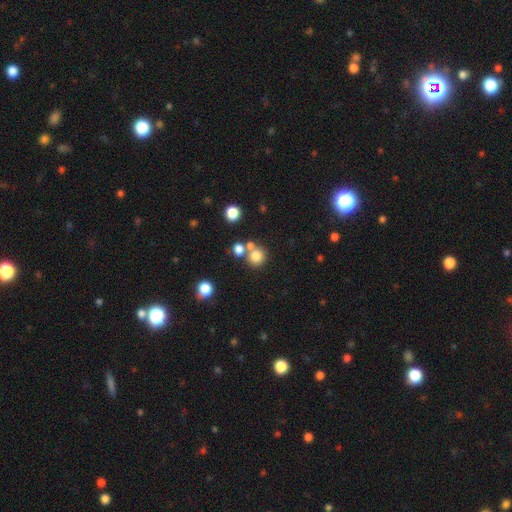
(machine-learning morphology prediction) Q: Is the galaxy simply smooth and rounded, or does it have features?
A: smooth — 77%.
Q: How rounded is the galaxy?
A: round — 89%.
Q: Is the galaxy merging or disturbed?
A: none — 60%.